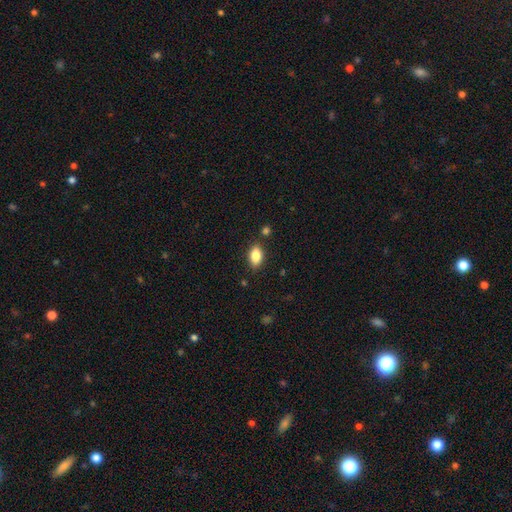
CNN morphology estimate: Smooth or featured? smooth (83%)
How rounded? in between (89%)
Merging? none (83%)